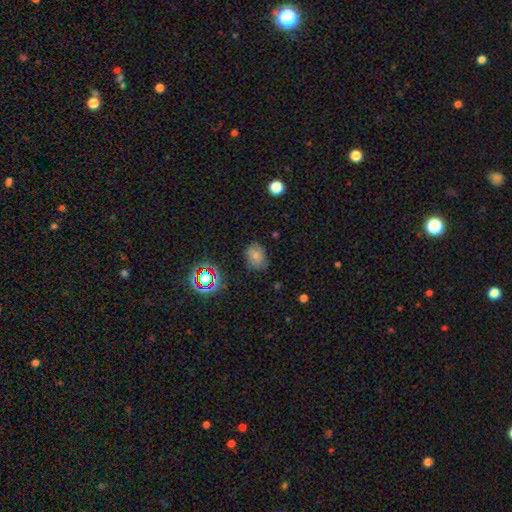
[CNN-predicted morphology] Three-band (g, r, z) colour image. It shows a smooth galaxy with no disk features (71%) that is in between round and cigar-shaped (54%). Merging: none (69%).